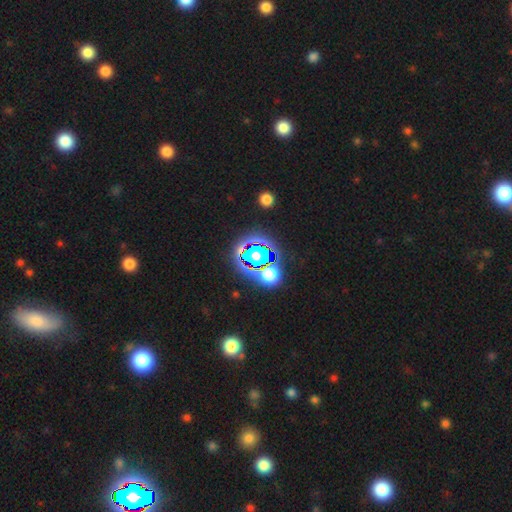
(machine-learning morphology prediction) Smooth or featured? Predicted: star or artifact (p=0.60).